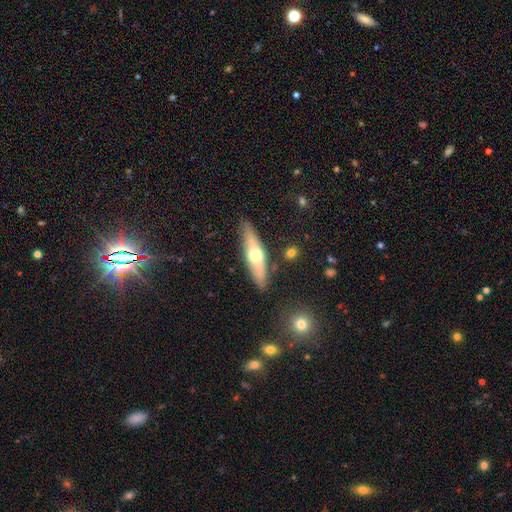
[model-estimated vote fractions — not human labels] Smooth or featured? featured or disk (50%)
Merging? none (84%)